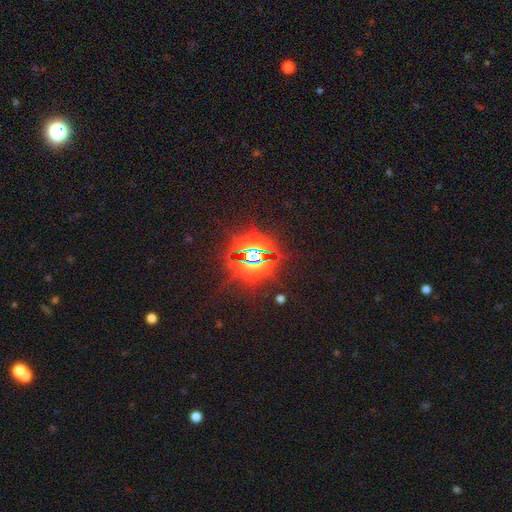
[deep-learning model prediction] Morphology: type=star or artifact (82%).